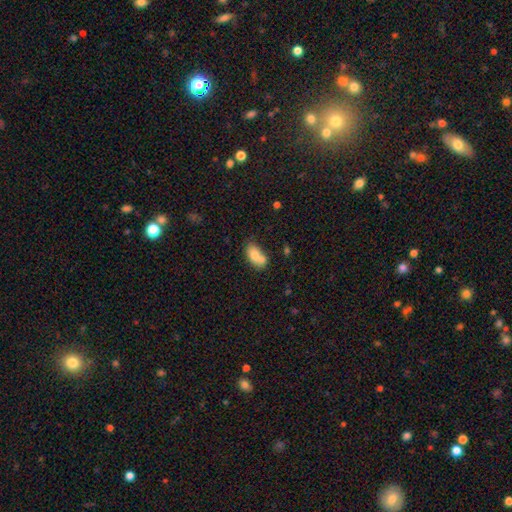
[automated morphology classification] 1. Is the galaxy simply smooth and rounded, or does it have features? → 75% smooth, 16% featured or disk, 8% star or artifact.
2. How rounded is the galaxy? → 87% in between, 10% round, 3% cigar-shaped.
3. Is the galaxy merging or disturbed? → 46% merger, 35% none, 14% minor disturbance, 5% major disturbance.